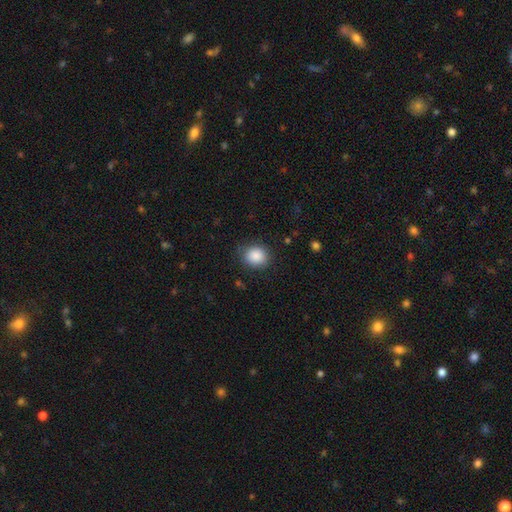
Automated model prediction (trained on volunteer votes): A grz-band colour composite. It shows a smooth galaxy with no disk features (88%) that is round (76%). Merging: none (82%).